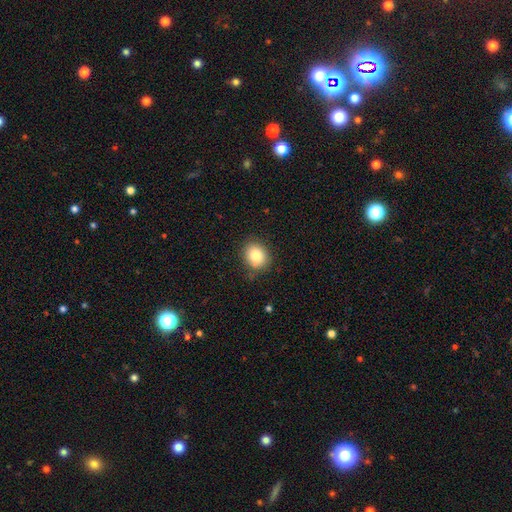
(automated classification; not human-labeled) smooth 81%, star or artifact 10%, featured or disk 9%. Down the decision tree: how rounded — round (70%); merging — none (82%).